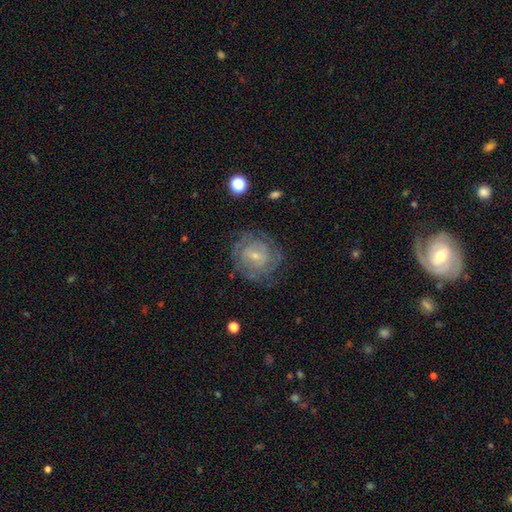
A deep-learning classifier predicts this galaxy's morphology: smooth_or_featured: featured or disk (p=0.74) [alt: smooth p=0.18]
disk_edge_on: no (p=0.97) [alt: yes p=0.03]
bar: no (p=0.48) [alt: weak p=0.43]
has_spiral_arms: yes (p=0.85) [alt: no p=0.15]
spiral_winding: tight (p=0.67) [alt: medium p=0.25]
spiral_arm_count: can't tell (p=0.49) [alt: 2 p=0.22]
bulge_size: small (p=0.70) [alt: moderate p=0.26]
merging: none (p=0.74) [alt: minor disturbance p=0.16]